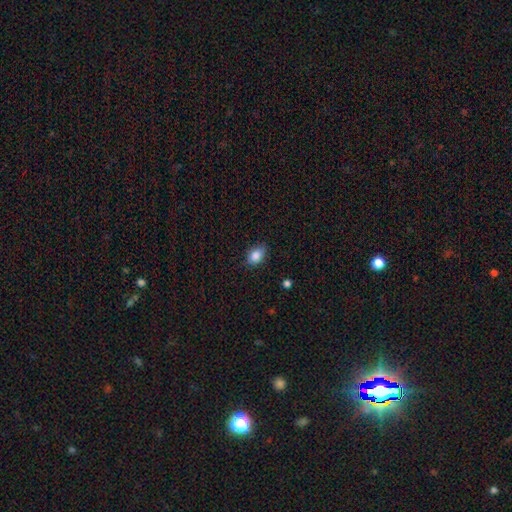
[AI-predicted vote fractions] Smooth or featured: smooth — 86% (star or artifact — 9%)
How rounded: in between — 78% (round — 20%)
Merging: none — 79% (minor disturbance — 17%)